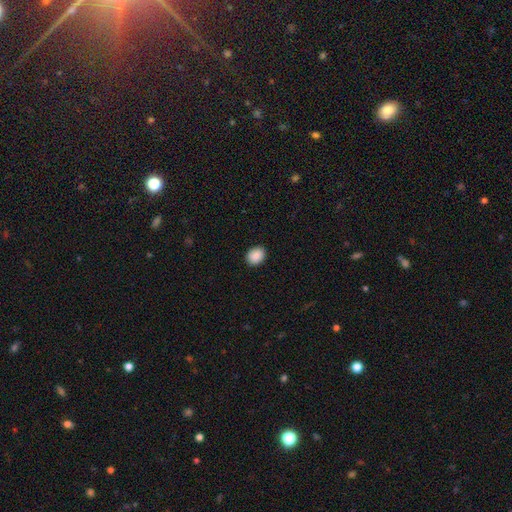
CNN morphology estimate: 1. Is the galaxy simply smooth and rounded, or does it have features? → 90% smooth, 8% star or artifact, 2% featured or disk.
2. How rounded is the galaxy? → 52% in between, 47% round, 1% cigar-shaped.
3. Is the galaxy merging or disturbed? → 90% none, 7% minor disturbance, 2% major disturbance, 1% merger.